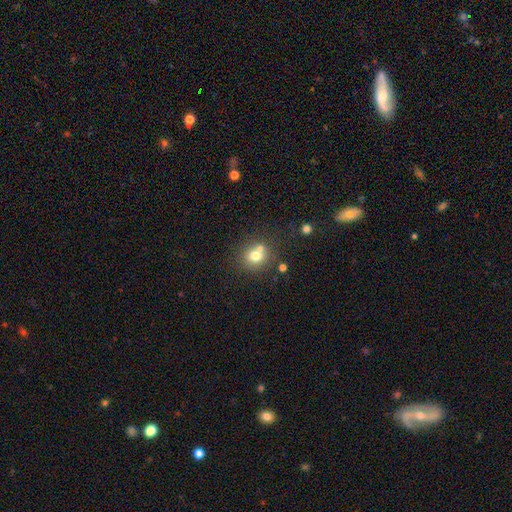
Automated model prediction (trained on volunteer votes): Q: Smooth or featured?
A: smooth (72%); runner-up: featured or disk (16%)
Q: How rounded?
A: round (77%); runner-up: in between (23%)
Q: Merging?
A: none (54%); runner-up: merger (32%)